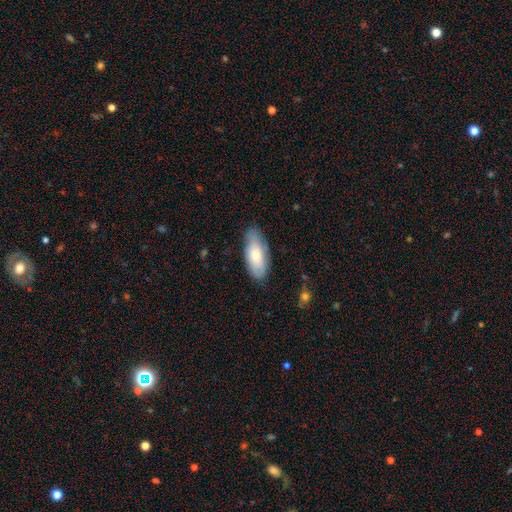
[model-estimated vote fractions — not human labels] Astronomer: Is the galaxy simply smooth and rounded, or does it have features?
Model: smooth — 73%.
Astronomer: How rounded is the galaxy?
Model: in between — 82%.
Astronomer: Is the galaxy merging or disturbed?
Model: none — 78%.